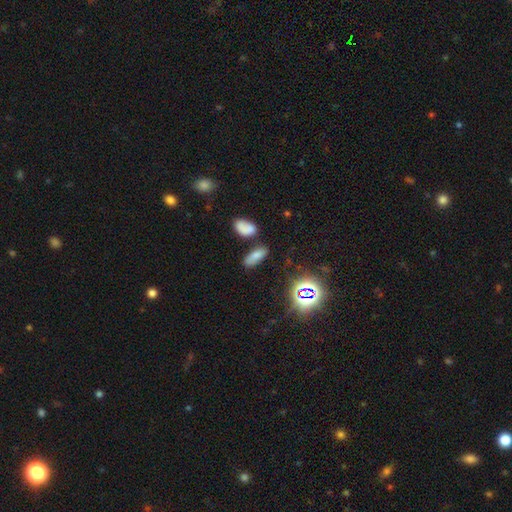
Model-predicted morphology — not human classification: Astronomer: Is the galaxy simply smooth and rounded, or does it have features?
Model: smooth — 69%.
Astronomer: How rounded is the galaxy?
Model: in between — 78%.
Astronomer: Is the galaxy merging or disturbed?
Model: none — 71%.